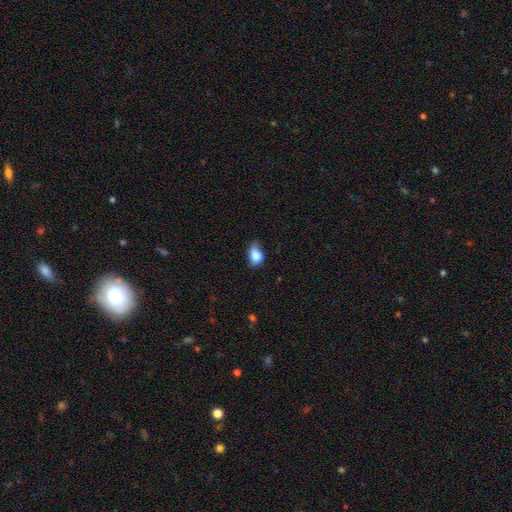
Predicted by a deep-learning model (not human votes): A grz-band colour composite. It shows a smooth galaxy with no disk features (83%) that is in between round and cigar-shaped (71%). Merging: minor disturbance (45%).